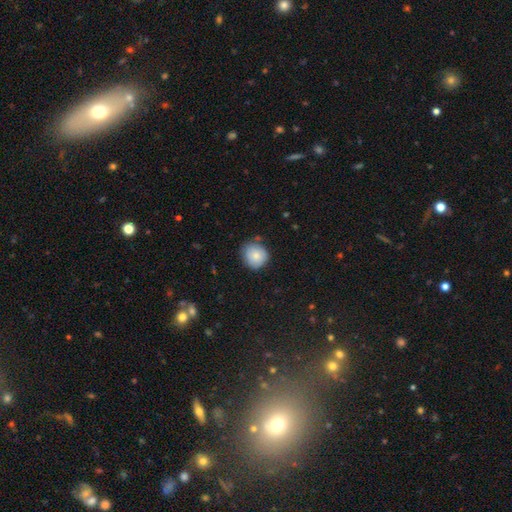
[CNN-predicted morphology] Overall: smooth (81%). How rounded: round (84%). Merging: none (73%).